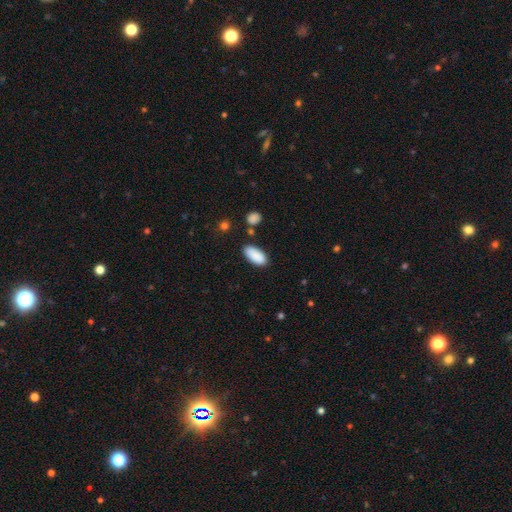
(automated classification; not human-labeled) A smooth galaxy with no disk features (90%) that is in between round and cigar-shaped (90%). Merging: none (83%).